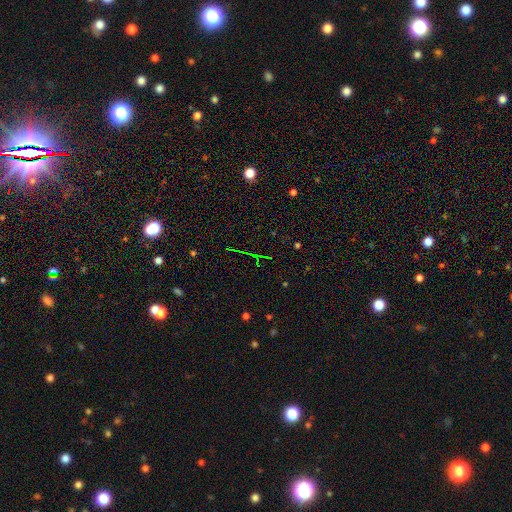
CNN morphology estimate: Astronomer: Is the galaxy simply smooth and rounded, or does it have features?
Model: star or artifact — 74%.